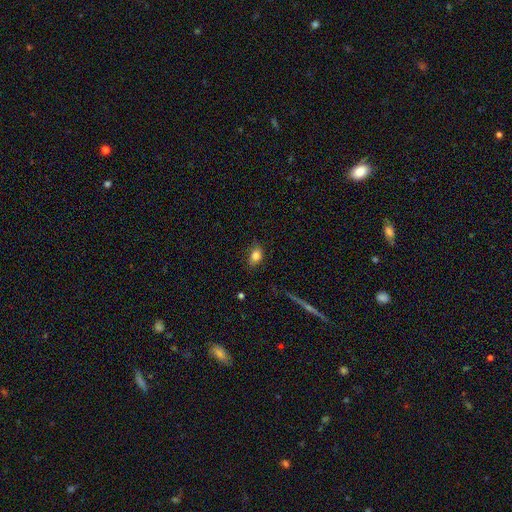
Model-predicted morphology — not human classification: Q: Smooth or featured?
A: smooth (82%); runner-up: star or artifact (9%)
Q: How rounded?
A: in between (76%); runner-up: round (22%)
Q: Merging?
A: none (74%); runner-up: minor disturbance (20%)